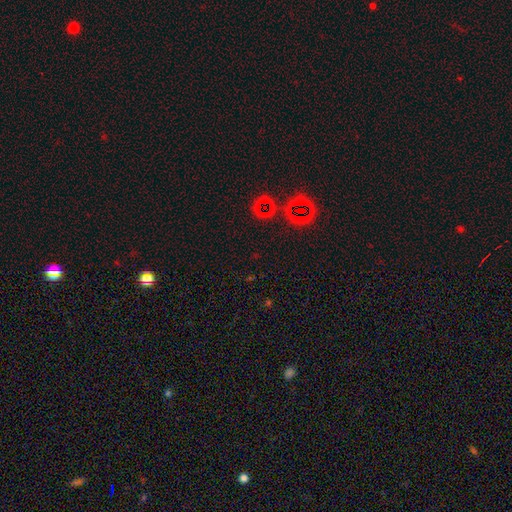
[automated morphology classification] Overall: star or artifact (69%).